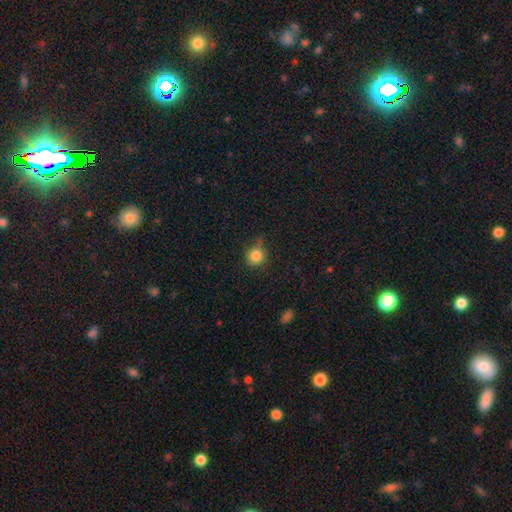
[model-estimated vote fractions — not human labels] smooth-or-featured: smooth: 83% | star or artifact: 11% | featured or disk: 6%
  how-rounded: round: 91% | in between: 8% | cigar-shaped: 1%
  merging: none: 66% | minor disturbance: 25% | major disturbance: 6% | merger: 3%